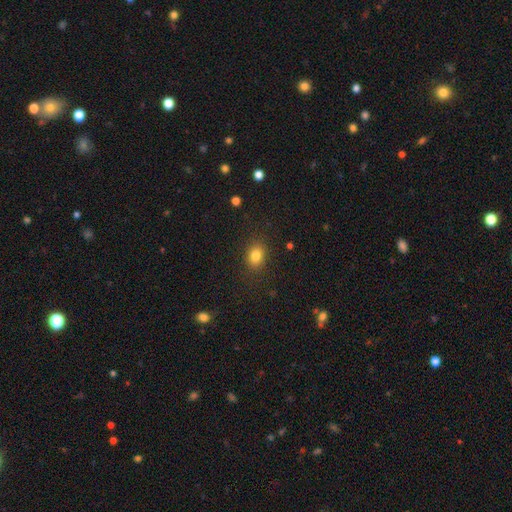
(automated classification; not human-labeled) Smooth or featured: smooth — 82% (star or artifact — 11%)
How rounded: in between — 57% (round — 42%)
Merging: none — 86% (minor disturbance — 9%)